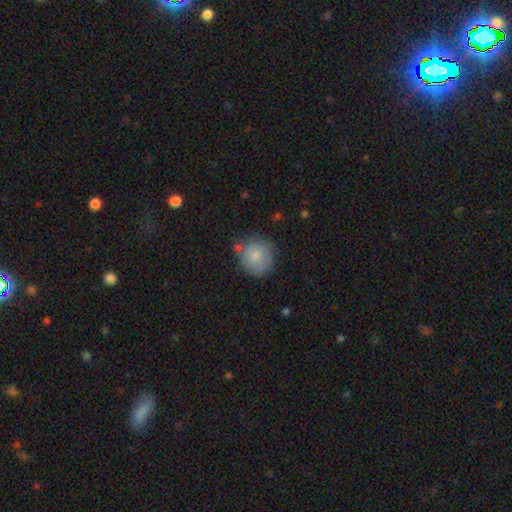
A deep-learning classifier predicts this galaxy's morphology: Smooth or featured? Predicted: smooth (p=0.77). How rounded? Predicted: round (p=0.91). Merging? Predicted: none (p=0.69).